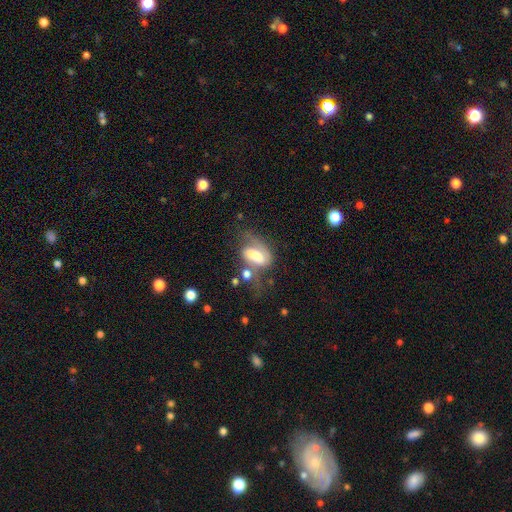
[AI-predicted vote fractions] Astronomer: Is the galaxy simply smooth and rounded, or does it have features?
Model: featured or disk — 50% (runner-up: smooth, 41%).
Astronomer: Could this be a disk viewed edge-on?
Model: no — 91%.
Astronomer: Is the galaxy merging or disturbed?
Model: major disturbance — 30% (runner-up: none, 27%).